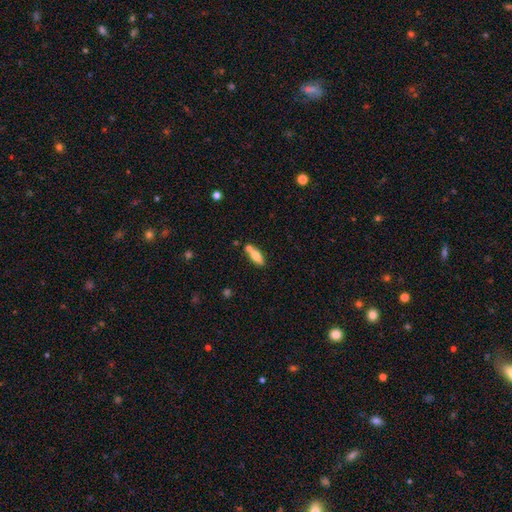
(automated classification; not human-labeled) smooth-or-featured: smooth: 73% | featured or disk: 20% | star or artifact: 7%
  how-rounded: in between: 65% | cigar-shaped: 31% | round: 3%
  merging: none: 55% | merger: 28% | minor disturbance: 13% | major disturbance: 4%